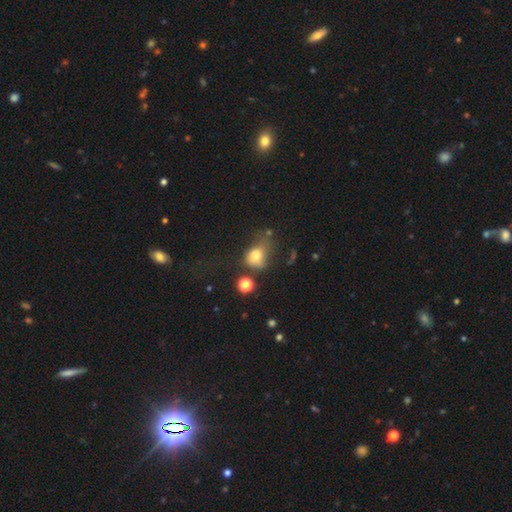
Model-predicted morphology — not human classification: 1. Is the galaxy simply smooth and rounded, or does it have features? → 72% smooth, 14% featured or disk, 14% star or artifact.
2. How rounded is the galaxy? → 52% in between, 46% round, 2% cigar-shaped.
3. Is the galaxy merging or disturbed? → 33% major disturbance, 28% minor disturbance, 27% none, 12% merger.